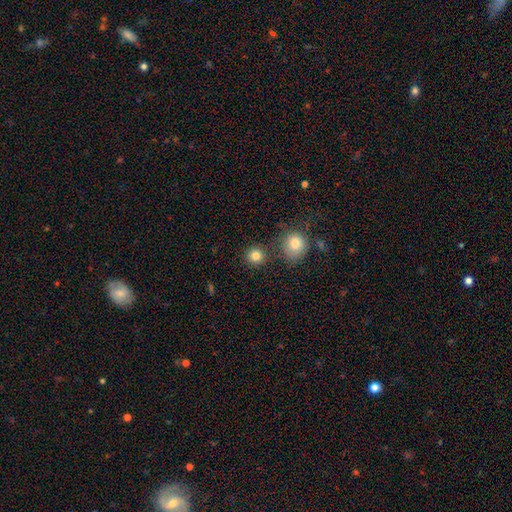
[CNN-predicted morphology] Overall: smooth (83%). How rounded: round (92%). Merging: none (82%).